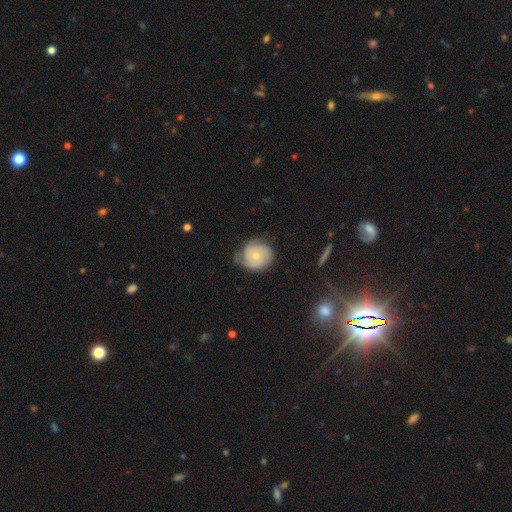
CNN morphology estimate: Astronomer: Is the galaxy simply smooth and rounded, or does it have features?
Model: featured or disk — 58% (runner-up: smooth, 35%).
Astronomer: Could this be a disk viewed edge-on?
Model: no — 97%.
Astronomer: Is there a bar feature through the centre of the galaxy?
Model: no — 80%.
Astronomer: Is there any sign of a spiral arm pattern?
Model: yes — 84%.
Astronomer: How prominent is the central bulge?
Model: small — 55% (runner-up: moderate, 42%).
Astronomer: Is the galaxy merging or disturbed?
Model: none — 60%.